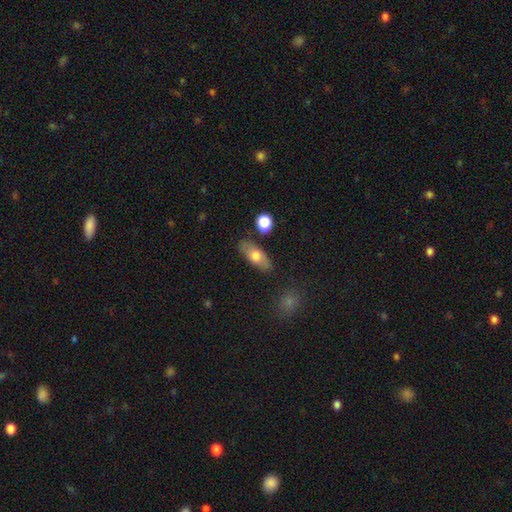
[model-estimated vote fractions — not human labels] A smooth galaxy with no disk features (70%) that is in between round and cigar-shaped (83%). Merging: none (80%).